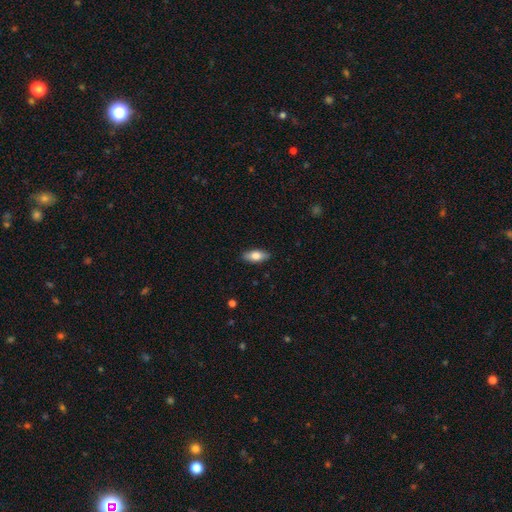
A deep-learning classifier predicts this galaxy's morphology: Overall: smooth (77%). How rounded: in between (84%). Merging: none (89%).